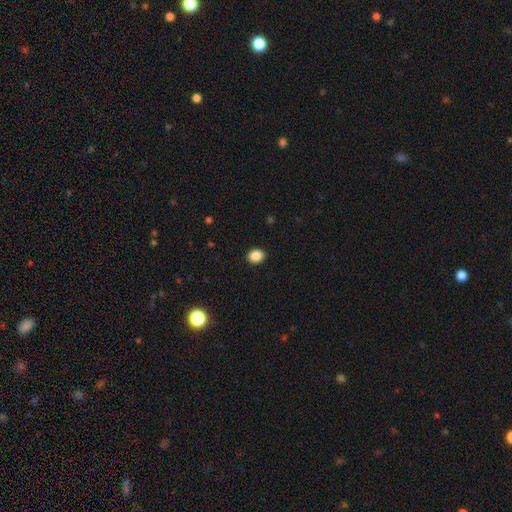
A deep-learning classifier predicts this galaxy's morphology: A smooth galaxy with no disk features (88%) that is round (59%). Merging: none (92%).